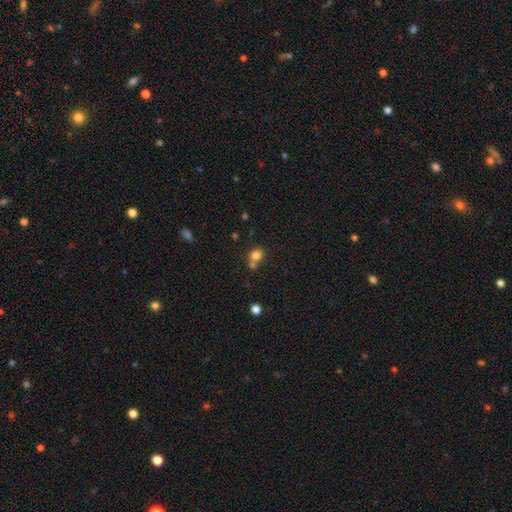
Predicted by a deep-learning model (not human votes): Smooth or featured: smooth — 80% (star or artifact — 12%)
How rounded: round — 75% (in between — 24%)
Merging: none — 51% (merger — 34%)